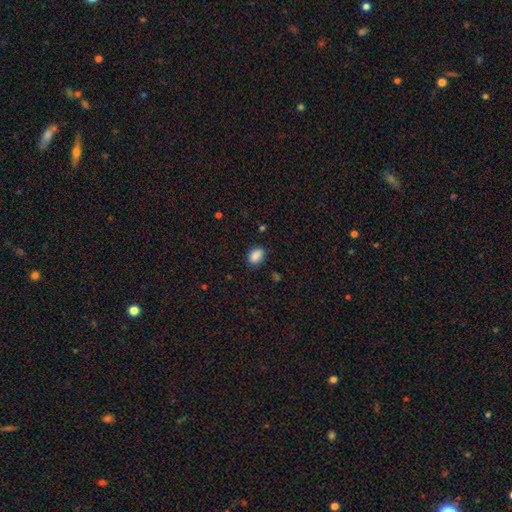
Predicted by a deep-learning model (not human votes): Morphology: type=smooth (88%); roundness=in between (86%); merging=none (83%).